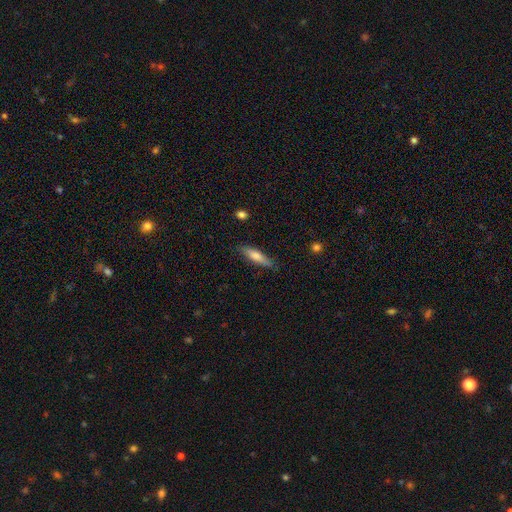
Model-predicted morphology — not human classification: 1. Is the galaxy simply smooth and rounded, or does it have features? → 64% smooth, 31% featured or disk, 6% star or artifact.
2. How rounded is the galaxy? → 78% cigar-shaped, 21% in between, 2% round.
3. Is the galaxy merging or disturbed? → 83% none, 13% minor disturbance, 2% major disturbance, 1% merger.